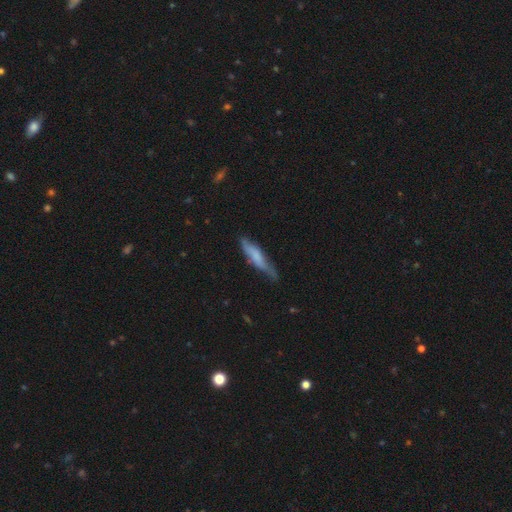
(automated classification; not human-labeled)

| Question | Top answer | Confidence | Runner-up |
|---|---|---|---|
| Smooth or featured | smooth | 59% | featured or disk (35%) |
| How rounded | cigar-shaped | 80% | in between (19%) |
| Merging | none | 56% | minor disturbance (33%) |